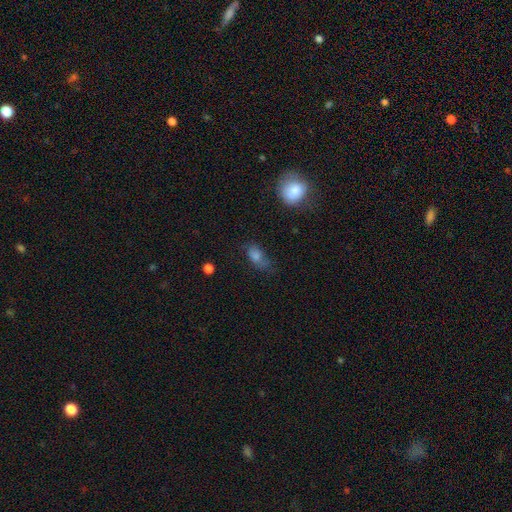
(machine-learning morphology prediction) The model was most divided on "merging": none: 49%, minor disturbance: 31%, major disturbance: 17%, merger: 3%. More confident: how rounded — in between (81%); smooth or featured — smooth (73%).